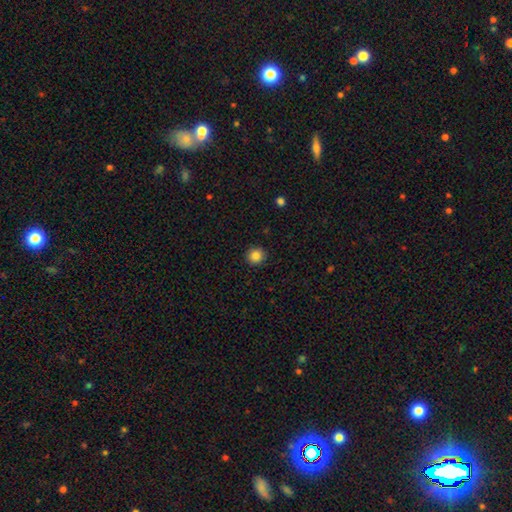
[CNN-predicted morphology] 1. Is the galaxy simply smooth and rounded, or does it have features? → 86% smooth, 10% star or artifact, 4% featured or disk.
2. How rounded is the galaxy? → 92% round, 7% in between, 1% cigar-shaped.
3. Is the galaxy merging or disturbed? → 91% none, 6% minor disturbance, 2% major disturbance, 1% merger.